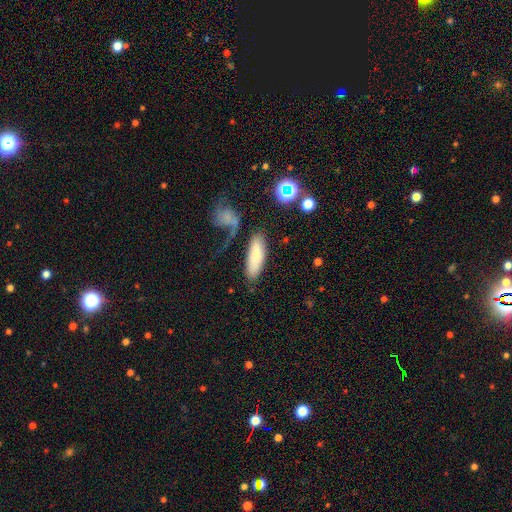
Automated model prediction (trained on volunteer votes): Q: Smooth or featured?
A: smooth (78%); runner-up: featured or disk (13%)
Q: How rounded?
A: in between (61%); runner-up: cigar-shaped (36%)
Q: Merging?
A: none (62%); runner-up: minor disturbance (17%)